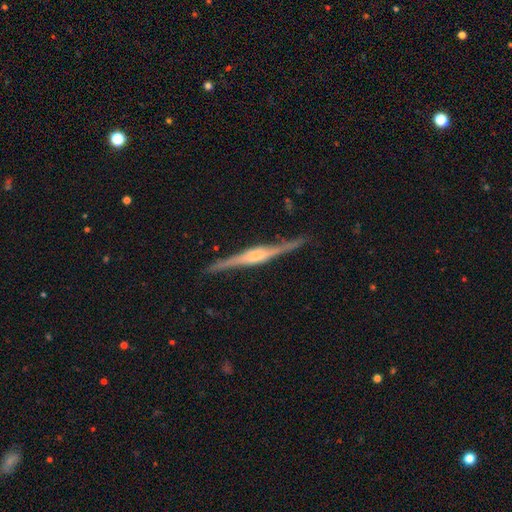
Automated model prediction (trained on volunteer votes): This appears to be a featured or disk galaxy (84%) viewed edge-on (97%) with a rounded central bulge (60%). Merging: none (86%).